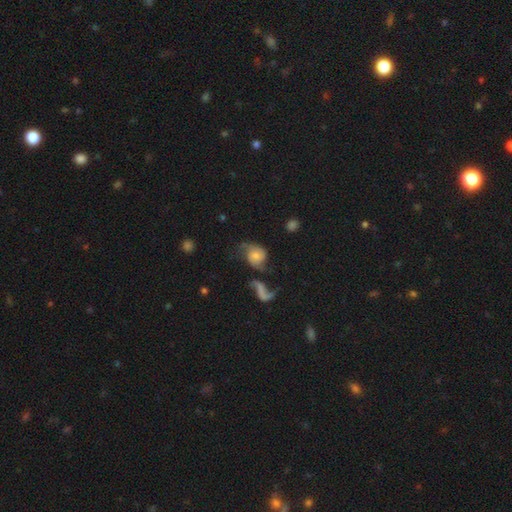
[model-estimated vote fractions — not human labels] Smooth or featured? featured or disk (61%)
Edge-on disk? no (97%)
Bar? no (69%)
Spiral arms? yes (87%)
Spiral winding? loose (56%)
Spiral arm count? 2 (76%)
Bulge size? moderate (42%)
Merging? none (36%)